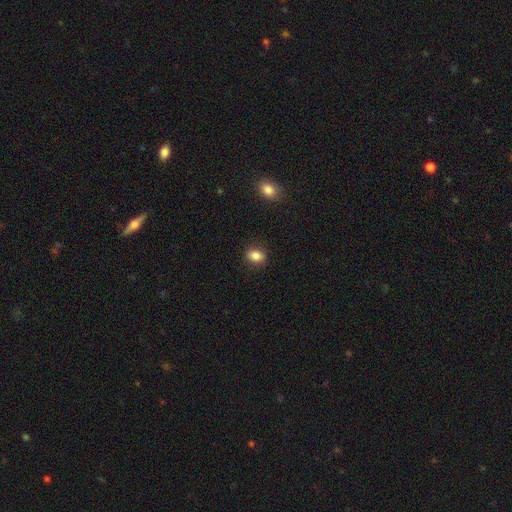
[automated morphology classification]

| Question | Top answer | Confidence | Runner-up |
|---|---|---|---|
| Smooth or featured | smooth | 84% | star or artifact (10%) |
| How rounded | in between | 66% | round (33%) |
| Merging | none | 86% | minor disturbance (10%) |